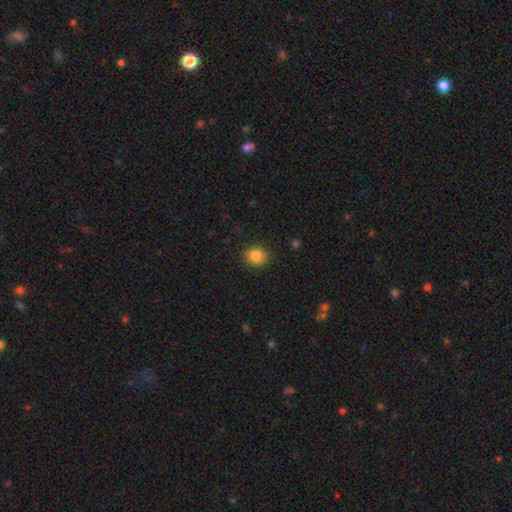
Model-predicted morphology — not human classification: Smooth or featured?
  - smooth: 85% *
  - star or artifact: 10%
  - featured or disk: 5%
How rounded?
  - round: 70% *
  - in between: 29%
  - cigar-shaped: 1%
Merging?
  - none: 88% *
  - minor disturbance: 9%
  - major disturbance: 2%
  - merger: 1%